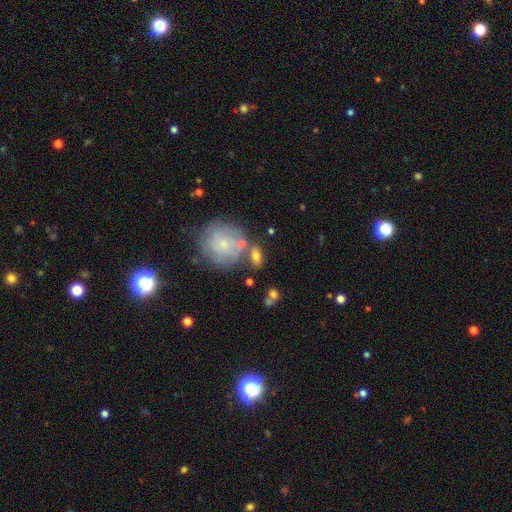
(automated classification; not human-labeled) smooth-or-featured: smooth: 60% | featured or disk: 31% | star or artifact: 9%
  how-rounded: in between: 60% | round: 36% | cigar-shaped: 5%
  merging: none: 57% | merger: 20% | minor disturbance: 17% | major disturbance: 7%